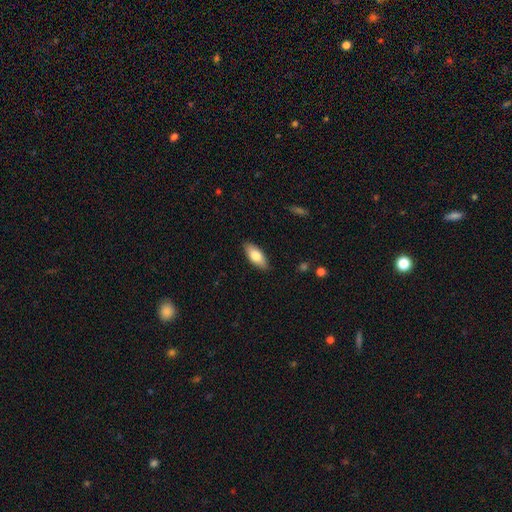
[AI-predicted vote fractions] This is likely a smooth galaxy (77%). How rounded: clearly in between (83%). Merging: clearly none (88%).